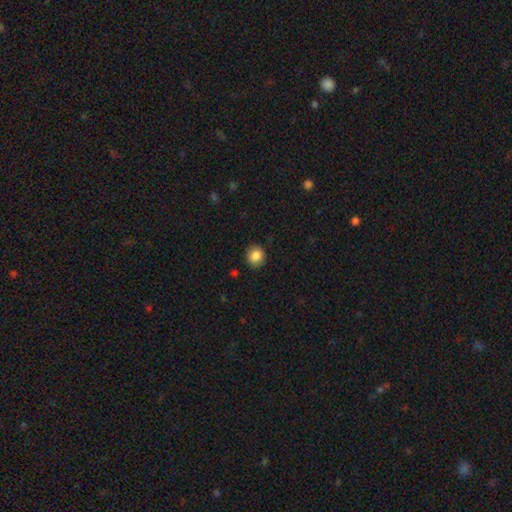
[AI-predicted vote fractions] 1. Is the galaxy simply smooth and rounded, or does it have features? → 86% smooth, 9% star or artifact, 4% featured or disk.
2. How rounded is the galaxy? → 86% round, 13% in between, 1% cigar-shaped.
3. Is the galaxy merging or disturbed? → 89% none, 8% minor disturbance, 2% major disturbance, 1% merger.